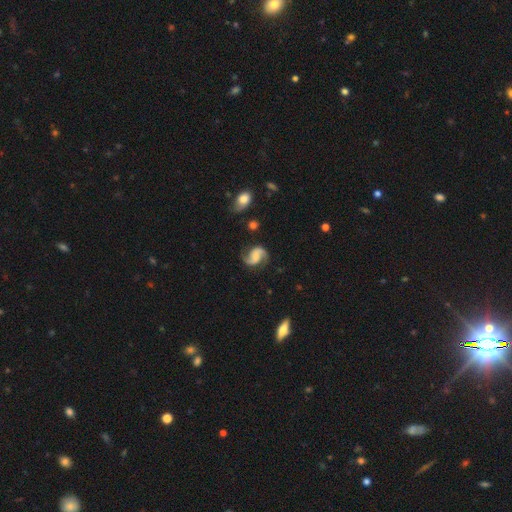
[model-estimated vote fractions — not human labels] A featured or disk galaxy (88%) with no bar (47%), 2 (94%) medium (48%) spiral arms (98%) and no central bulge (40%). Merging: none (79%).